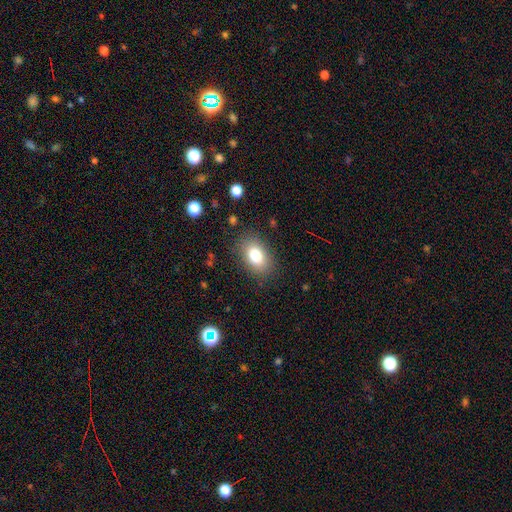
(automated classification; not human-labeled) Smooth or featured? Predicted: smooth (p=0.82). How rounded? Predicted: in between (p=0.87). Merging? Predicted: none (p=0.83).